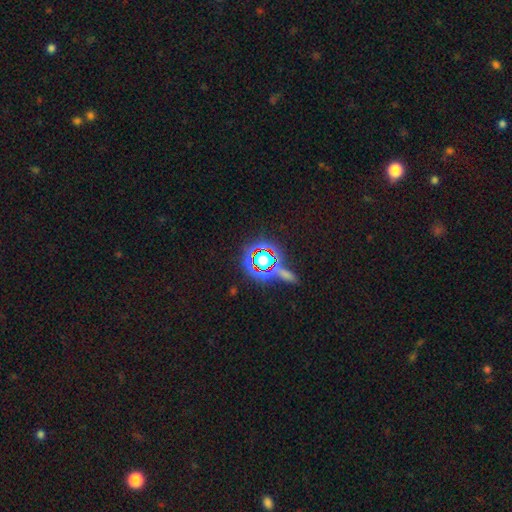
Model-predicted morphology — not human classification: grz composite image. It shows a star or artifact, not a galaxy (77%).